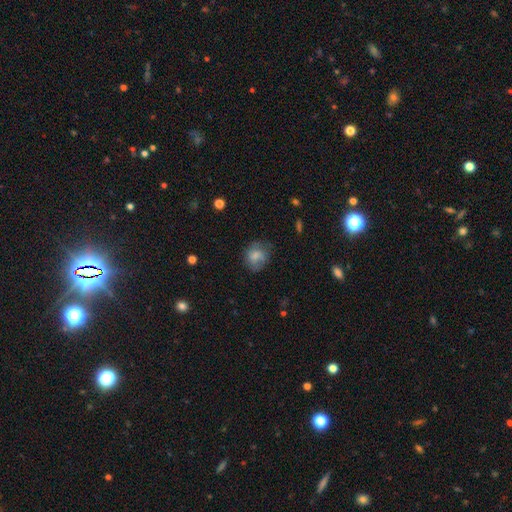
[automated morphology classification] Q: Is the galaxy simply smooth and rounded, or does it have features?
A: smooth — 68%.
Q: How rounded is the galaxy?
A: round — 64%.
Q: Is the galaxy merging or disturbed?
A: none — 59%.